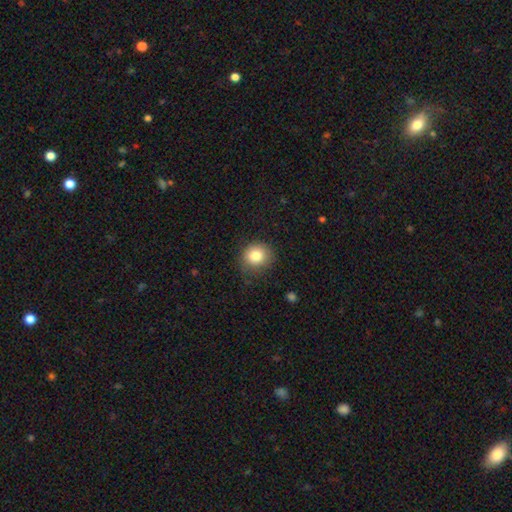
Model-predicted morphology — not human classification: Smooth or featured? smooth (82%)
How rounded? round (84%)
Merging? none (77%)